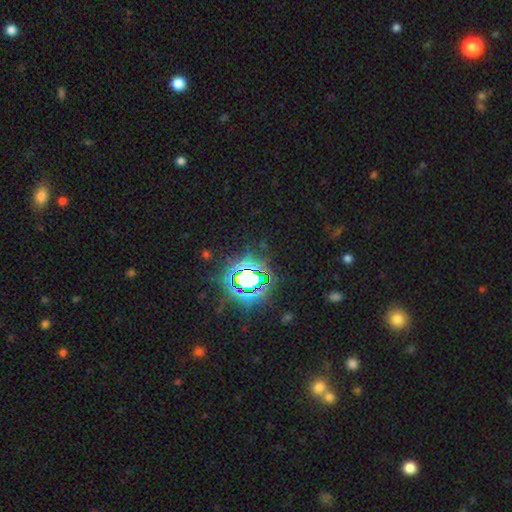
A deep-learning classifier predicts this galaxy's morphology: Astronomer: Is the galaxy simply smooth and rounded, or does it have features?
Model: star or artifact — 79%.